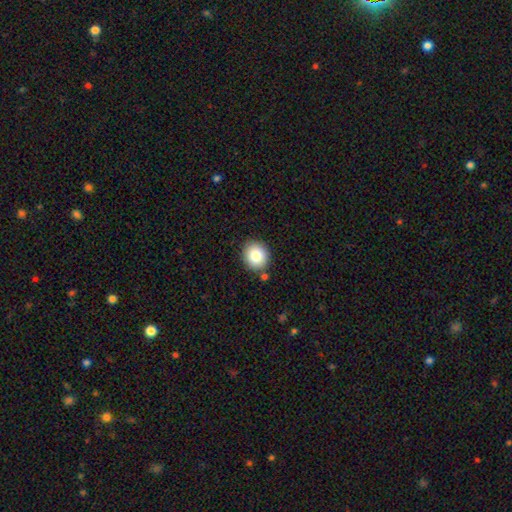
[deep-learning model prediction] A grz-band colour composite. It shows a smooth galaxy with no disk features (84%) that is round (78%). Merging: none (85%).